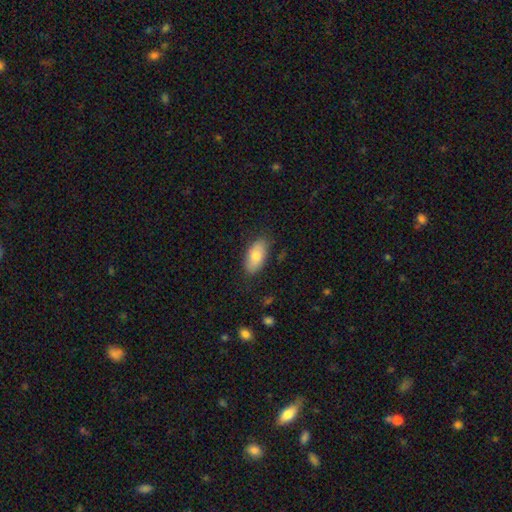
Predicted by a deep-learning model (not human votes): smooth 79%, featured or disk 15%, star or artifact 6%. Down the decision tree: how rounded — in between (91%); merging — none (81%).